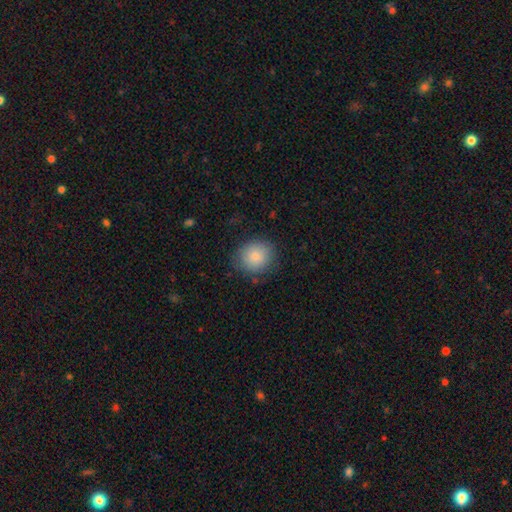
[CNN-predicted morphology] This is clearly a smooth galaxy (84%). How rounded: clearly round (85%). Merging: clearly none (83%).